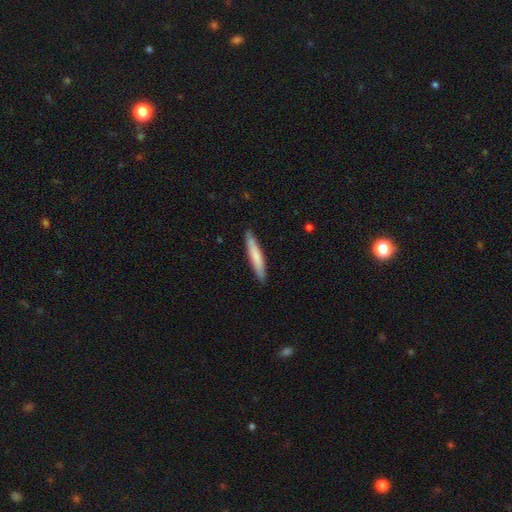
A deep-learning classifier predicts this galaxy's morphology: This appears to be a smooth galaxy with no disk features (75%) that is cigar-shaped (92%). Merging: none (88%).